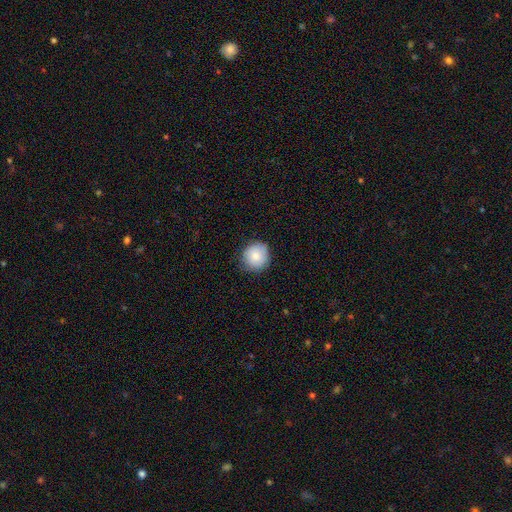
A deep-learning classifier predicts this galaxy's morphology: The model was most divided on "merging": none: 81%, minor disturbance: 15%, major disturbance: 3%, merger: 1%. More confident: how rounded — round (91%); smooth or featured — smooth (82%).